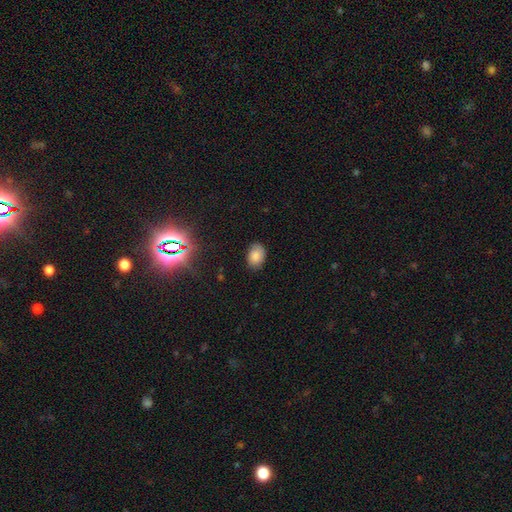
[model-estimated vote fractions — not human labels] Smooth or featured? Predicted: smooth (p=0.79). How rounded? Predicted: in between (p=0.76). Merging? Predicted: none (p=0.78).